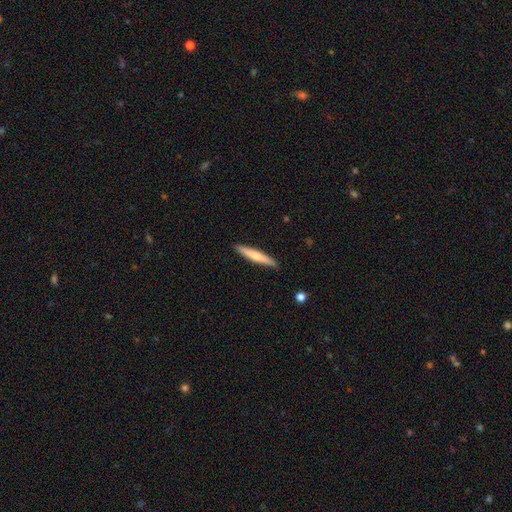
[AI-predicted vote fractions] This appears to be a smooth galaxy with no disk features (56%) that is cigar-shaped (93%). Merging: none (90%).